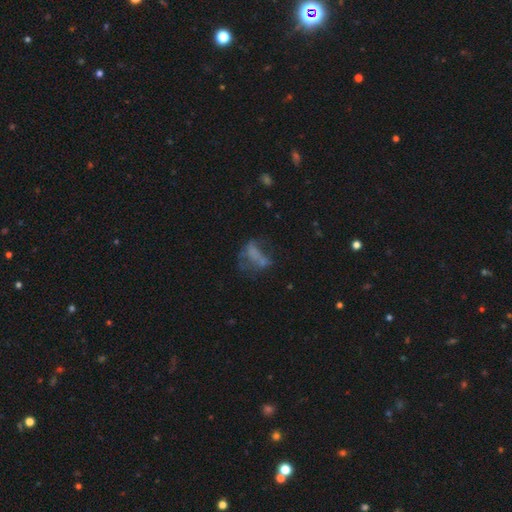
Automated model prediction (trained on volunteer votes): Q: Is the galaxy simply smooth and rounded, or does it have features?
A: featured or disk — 40%.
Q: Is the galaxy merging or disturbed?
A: major disturbance — 38%.